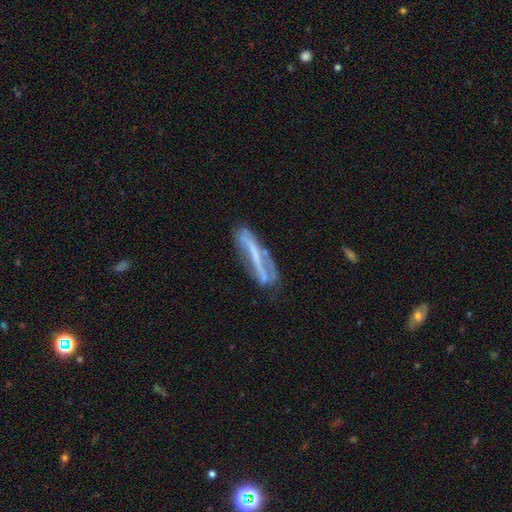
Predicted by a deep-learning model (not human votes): Smooth or featured?
  - featured or disk: 64% *
  - smooth: 27%
  - star or artifact: 9%
Edge-on disk?
  - no: 55% *
  - yes: 45%
Merging?
  - none: 60% *
  - minor disturbance: 23%
  - major disturbance: 13%
  - merger: 4%